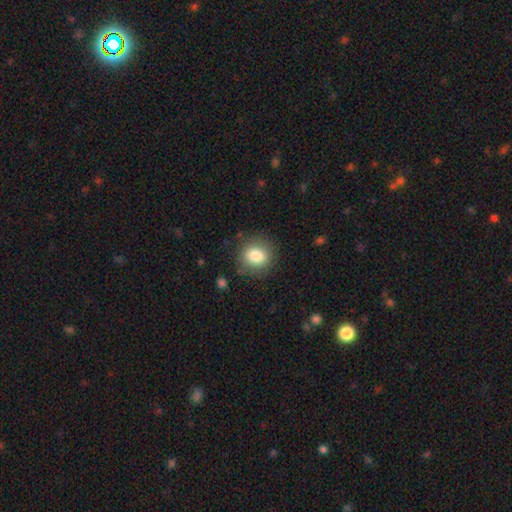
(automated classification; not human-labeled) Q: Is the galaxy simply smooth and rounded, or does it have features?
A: smooth — 82%.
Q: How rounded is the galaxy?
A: round — 78%.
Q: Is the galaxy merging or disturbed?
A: none — 84%.